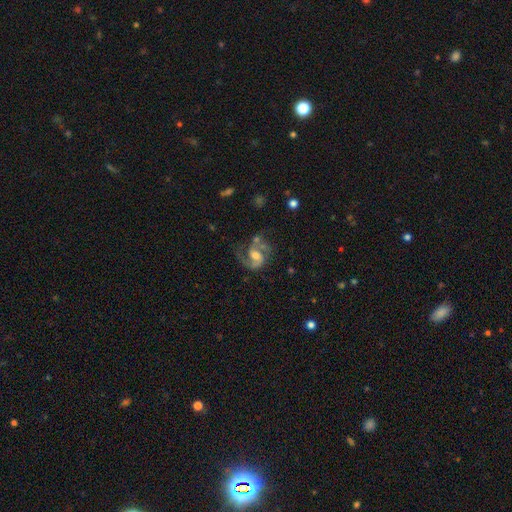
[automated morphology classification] A featured or disk galaxy (83%) with a weak bar (46%), 2 (74%) medium (54%) spiral arms (94%) and a moderate central bulge (57%).

Vote fractions:
- Smooth or featured? featured or disk: 83% / smooth: 11% / star or artifact: 7%
- Edge-on disk? no: 98% / yes: 2%
- Bar? weak: 46% / no: 40% / strong: 14%
- Spiral arms? yes: 94% / no: 6%
- Spiral winding? medium: 54% / loose: 29% / tight: 17%
- Spiral arm count? 2: 74% / 1: 18% / can't tell: 4% / 3: 2% / 4: 1% / more than 4: 1%
- Bulge size? moderate: 57% / small: 21% / large: 15% / none: 5% / dominant: 2%
- Merging? none: 47% / major disturbance: 21% / minor disturbance: 19% / merger: 13%